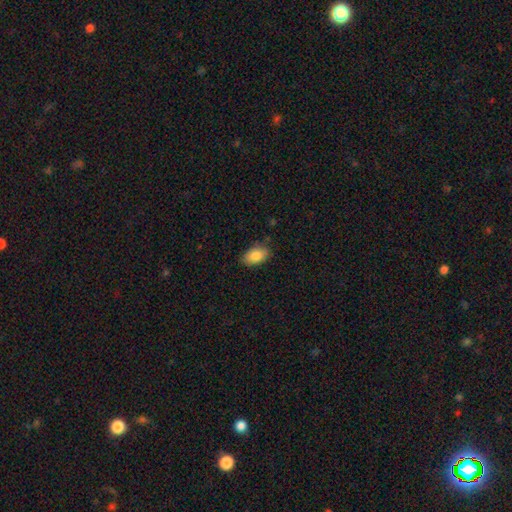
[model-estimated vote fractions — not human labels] A smooth galaxy with no disk features (86%) that is in between round and cigar-shaped (92%).

Vote fractions:
- Smooth or featured? smooth: 86% / featured or disk: 7% / star or artifact: 7%
- How rounded? in between: 92% / round: 6% / cigar-shaped: 2%
- Merging? none: 82% / minor disturbance: 14% / major disturbance: 3% / merger: 1%